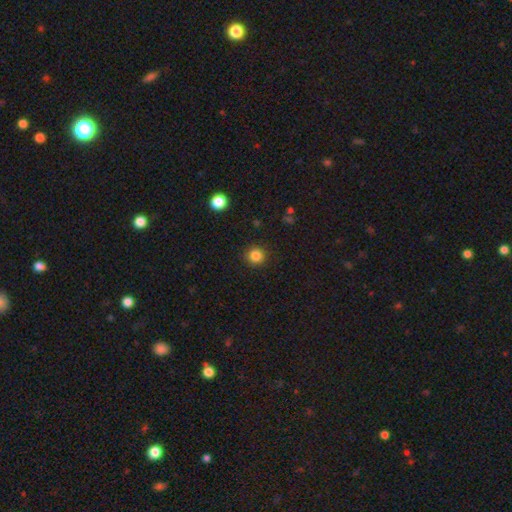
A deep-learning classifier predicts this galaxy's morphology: smooth-or-featured: smooth: 84% | star or artifact: 12% | featured or disk: 4%
  how-rounded: round: 94% | in between: 5% | cigar-shaped: 1%
  merging: none: 92% | minor disturbance: 5% | major disturbance: 2% | merger: 1%